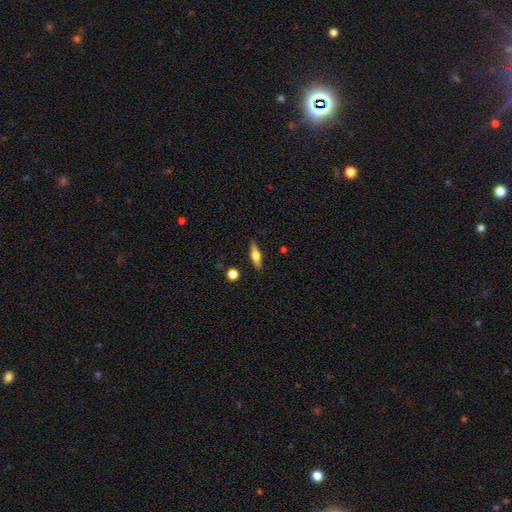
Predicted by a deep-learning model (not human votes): Q: Smooth or featured?
A: featured or disk (49%); runner-up: smooth (44%)
Q: Merging?
A: none (87%); runner-up: minor disturbance (9%)